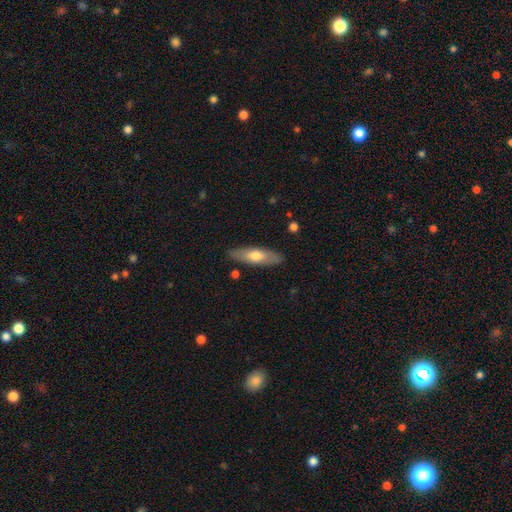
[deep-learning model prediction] The model was most divided on "how rounded": cigar-shaped: 55%, in between: 43%, round: 2%. More confident: merging — none (86%); smooth or featured — smooth (62%).